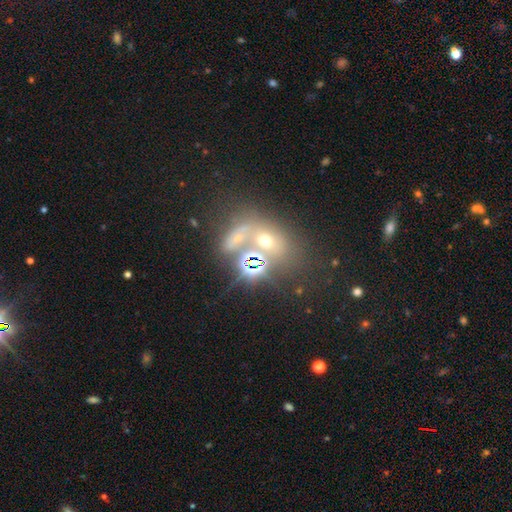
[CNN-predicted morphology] smooth-or-featured: star or artifact: 40% | smooth: 34% | featured or disk: 26%